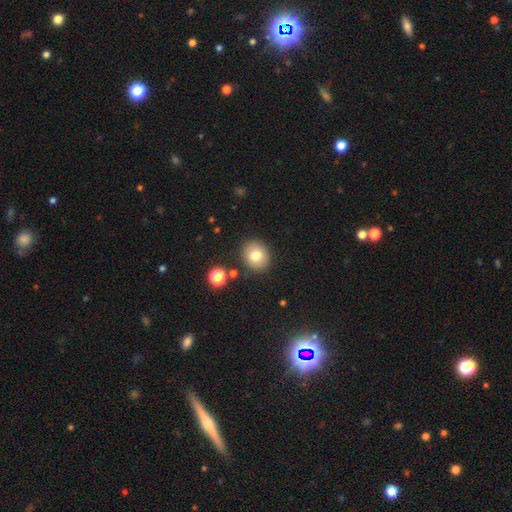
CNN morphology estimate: Q: Smooth or featured?
A: smooth (77%); runner-up: featured or disk (12%)
Q: How rounded?
A: round (74%); runner-up: in between (25%)
Q: Merging?
A: none (86%); runner-up: minor disturbance (8%)